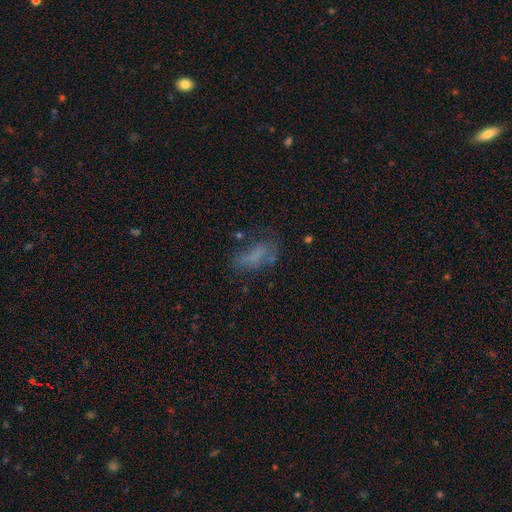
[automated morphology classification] Smooth or featured: smooth — 52% (featured or disk — 31%)
How rounded: in between — 74% (cigar-shaped — 20%)
Merging: none — 43% (major disturbance — 27%)